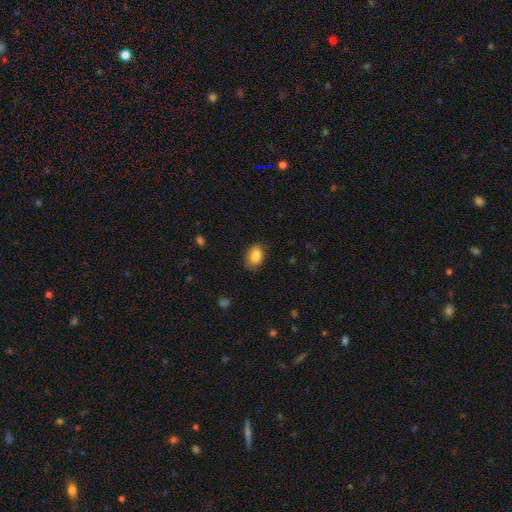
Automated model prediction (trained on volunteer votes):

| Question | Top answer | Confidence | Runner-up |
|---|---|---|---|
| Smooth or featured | smooth | 86% | star or artifact (8%) |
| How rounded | in between | 79% | round (20%) |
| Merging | none | 72% | minor disturbance (21%) |